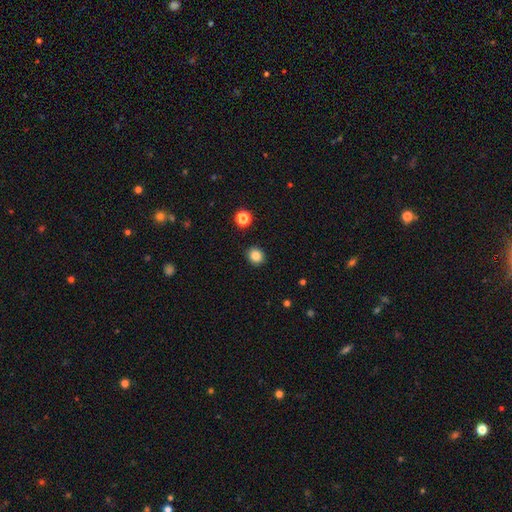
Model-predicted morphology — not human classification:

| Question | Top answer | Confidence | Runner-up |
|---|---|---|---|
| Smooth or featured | smooth | 84% | star or artifact (11%) |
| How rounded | round | 78% | in between (21%) |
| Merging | none | 90% | minor disturbance (6%) |